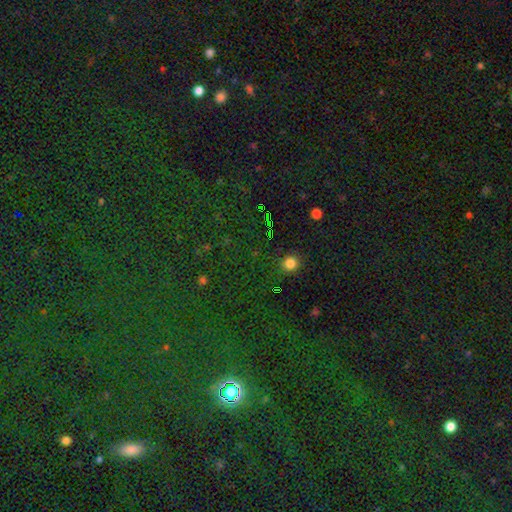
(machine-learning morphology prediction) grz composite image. It shows a star or artifact, not a galaxy (79%).